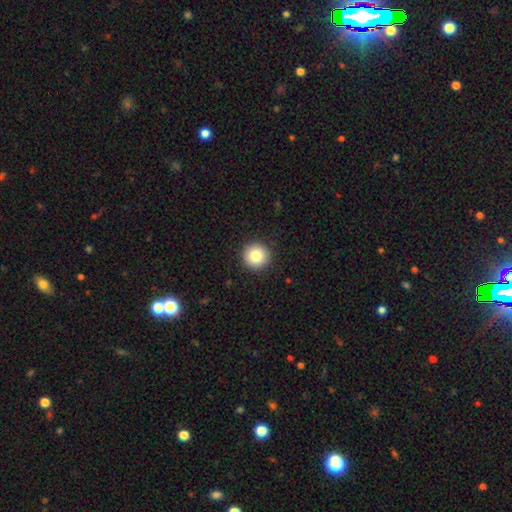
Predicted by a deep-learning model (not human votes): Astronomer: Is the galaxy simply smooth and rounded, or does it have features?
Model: smooth — 84%.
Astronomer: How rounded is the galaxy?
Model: round — 95%.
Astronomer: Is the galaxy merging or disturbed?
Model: none — 92%.